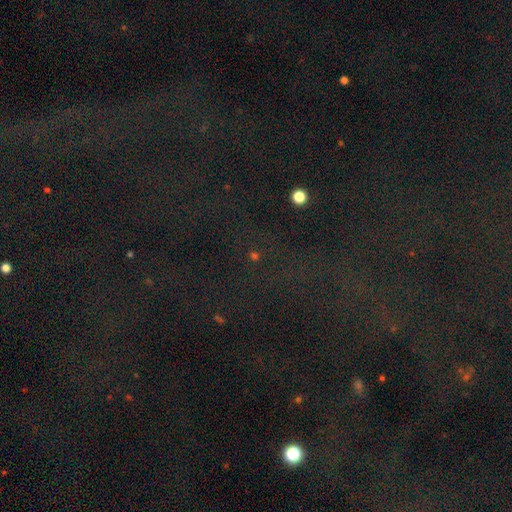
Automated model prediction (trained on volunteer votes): This is likely a star or artifact rather than a galaxy (77%).